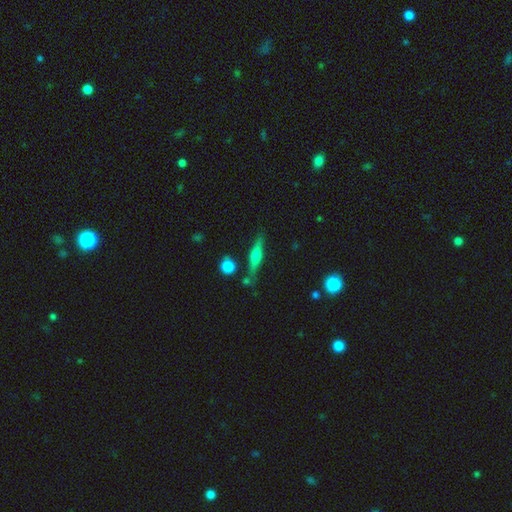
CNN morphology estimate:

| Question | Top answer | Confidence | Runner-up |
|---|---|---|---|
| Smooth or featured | featured or disk | 51% | smooth (42%) |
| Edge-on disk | yes | 93% | no (7%) |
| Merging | none | 77% | minor disturbance (13%) |